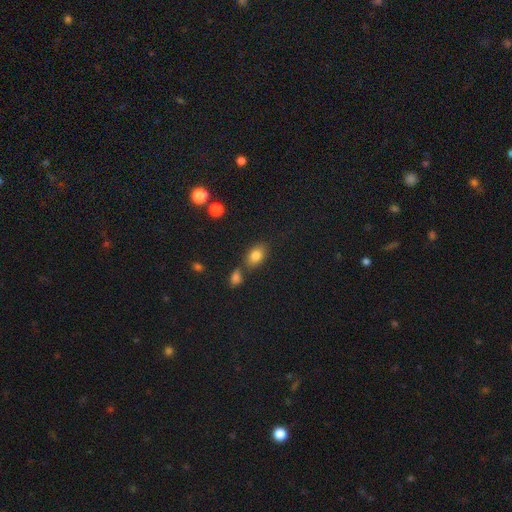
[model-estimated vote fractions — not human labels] smooth_or_featured: smooth (p=0.81) [alt: star or artifact p=0.10]
how_rounded: in between (p=0.82) [alt: round p=0.16]
merging: none (p=0.65) [alt: merger p=0.17]